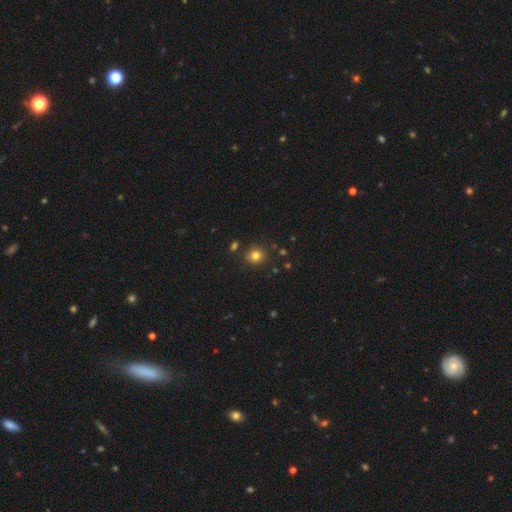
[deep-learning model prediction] Smooth or featured: smooth — 79% (star or artifact — 14%)
How rounded: round — 82% (in between — 17%)
Merging: none — 83% (minor disturbance — 10%)